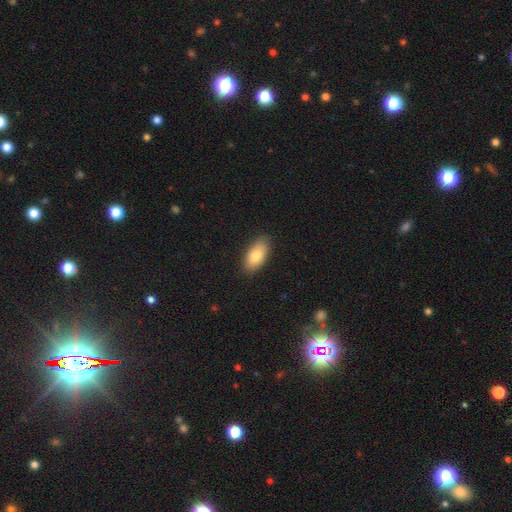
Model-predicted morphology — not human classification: This appears to be a smooth galaxy with no disk features (83%) that is in between round and cigar-shaped (90%). Merging: none (86%).